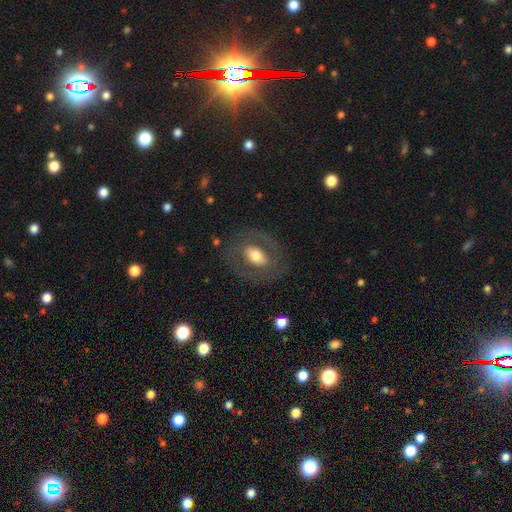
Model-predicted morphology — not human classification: smooth_or_featured: featured or disk (p=0.48) [alt: smooth p=0.45]
merging: none (p=0.78) [alt: minor disturbance p=0.12]